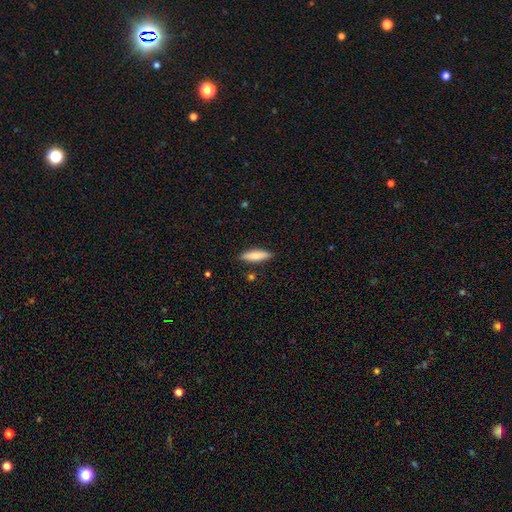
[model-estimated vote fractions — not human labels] smooth-or-featured: smooth: 78% | featured or disk: 17% | star or artifact: 6%
  how-rounded: cigar-shaped: 66% | in between: 32% | round: 2%
  merging: none: 87% | minor disturbance: 10% | merger: 2% | major disturbance: 2%